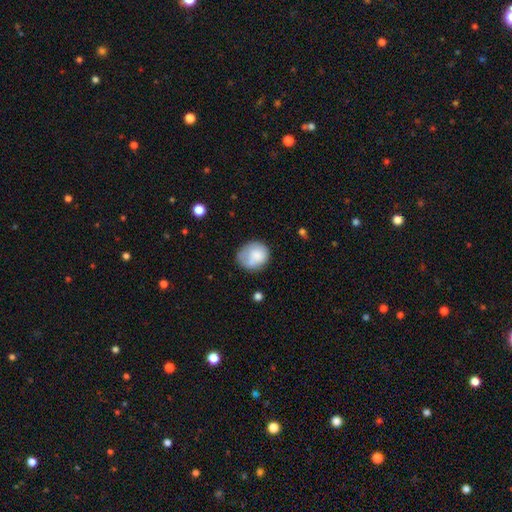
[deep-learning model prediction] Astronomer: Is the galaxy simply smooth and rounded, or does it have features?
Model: smooth — 74%.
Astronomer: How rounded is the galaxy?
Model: round — 70%.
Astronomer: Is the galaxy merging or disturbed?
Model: none — 53%.